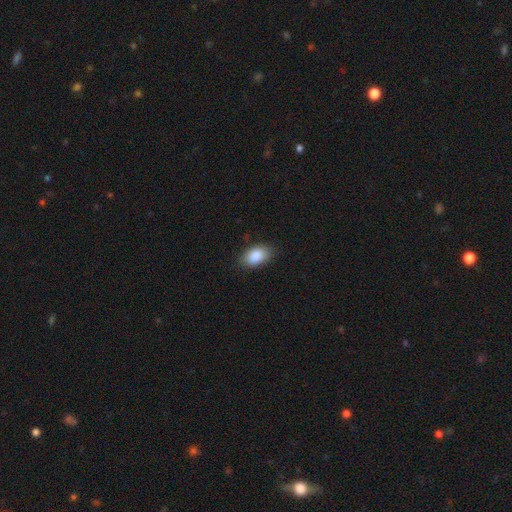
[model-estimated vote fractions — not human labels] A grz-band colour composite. It shows a smooth galaxy with no disk features (88%) that is in between round and cigar-shaped (91%). Merging: none (84%).